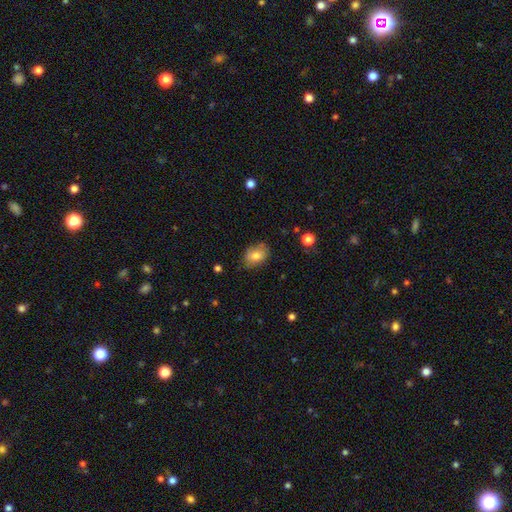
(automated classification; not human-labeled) Morphology: type=smooth (77%); roundness=in between (75%); merging=none (78%).